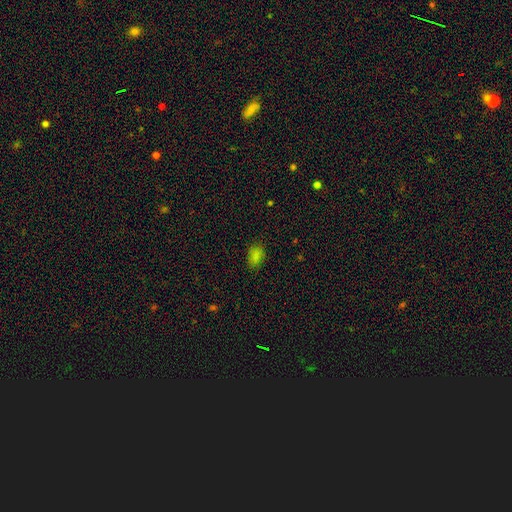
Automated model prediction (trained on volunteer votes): Morphology: type=smooth (80%); roundness=in between (85%); merging=none (78%).